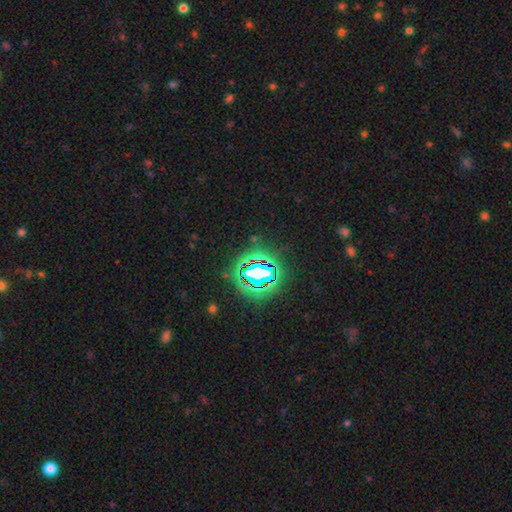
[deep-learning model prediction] Smooth or featured: star or artifact — 82% (smooth — 11%)